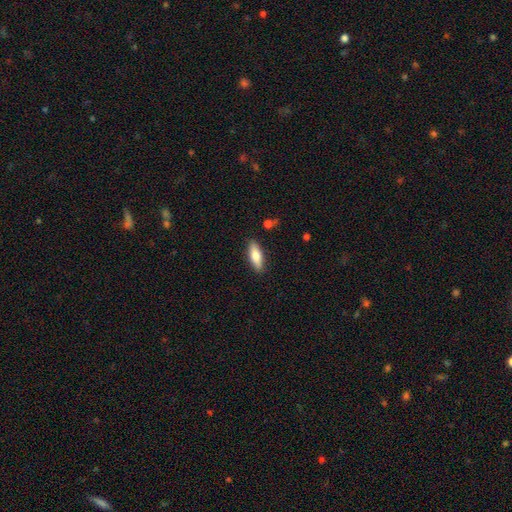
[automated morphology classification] This is likely a smooth galaxy (76%). How rounded: possibly in between (58%). Merging: clearly none (87%).